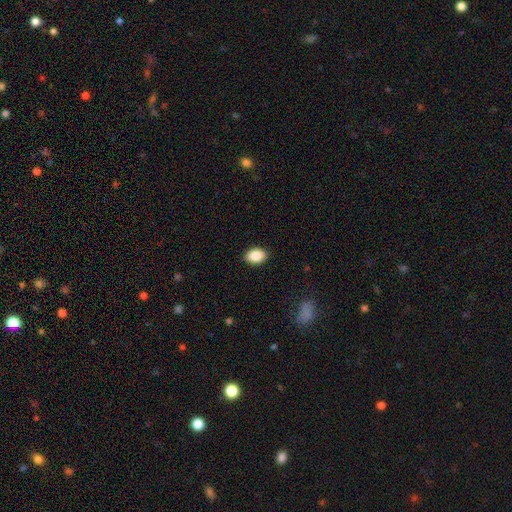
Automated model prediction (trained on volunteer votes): This appears to be a smooth galaxy with no disk features (88%) that is in between round and cigar-shaped (83%). Merging: none (88%).